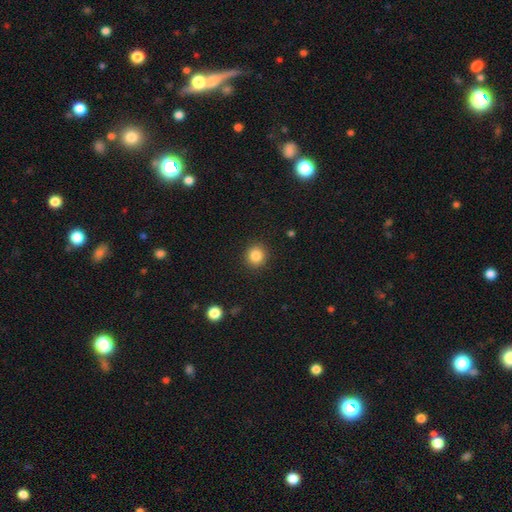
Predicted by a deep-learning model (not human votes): Smooth or featured? Predicted: smooth (p=0.85). How rounded? Predicted: round (p=0.90). Merging? Predicted: none (p=0.91).